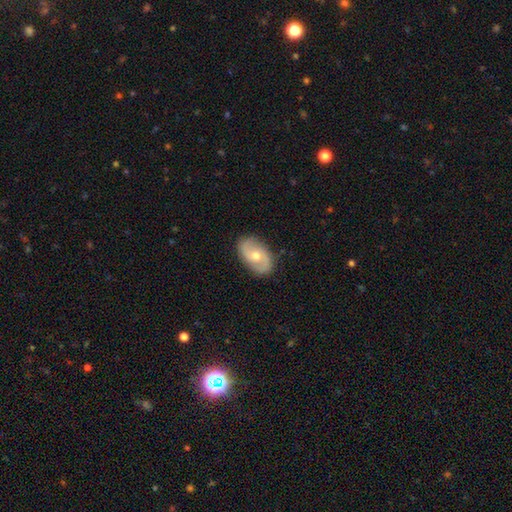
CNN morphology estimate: A featured or disk galaxy (68%) with no bar (63%), 2 (87%) medium (43%) spiral arms (86%) and a moderate central bulge (58%).

Vote fractions:
- Smooth or featured? featured or disk: 68% / smooth: 25% / star or artifact: 7%
- Edge-on disk? no: 95% / yes: 5%
- Bar? no: 63% / weak: 30% / strong: 6%
- Spiral arms? yes: 86% / no: 14%
- Spiral winding? medium: 43% / loose: 34% / tight: 23%
- Spiral arm count? 2: 87% / can't tell: 7% / 1: 2% / 3: 1% / 4: 1% / more than 4: 1%
- Bulge size? moderate: 58% / small: 38% / large: 2% / none: 1% / dominant: 1%
- Merging? none: 84% / minor disturbance: 12% / major disturbance: 3% / merger: 1%